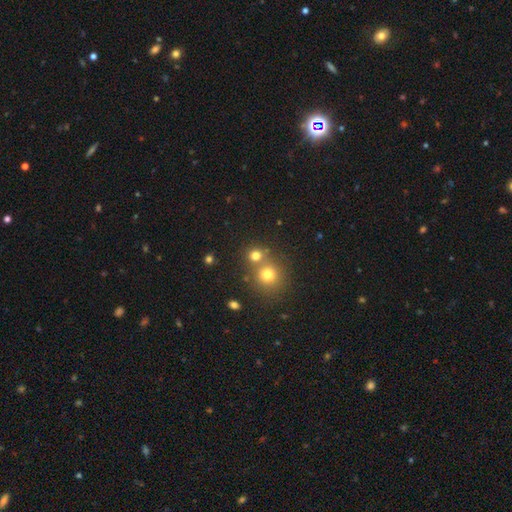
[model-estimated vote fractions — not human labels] Smooth or featured? Predicted: smooth (p=0.74). How rounded? Predicted: round (p=0.85). Merging? Predicted: none (p=0.55).